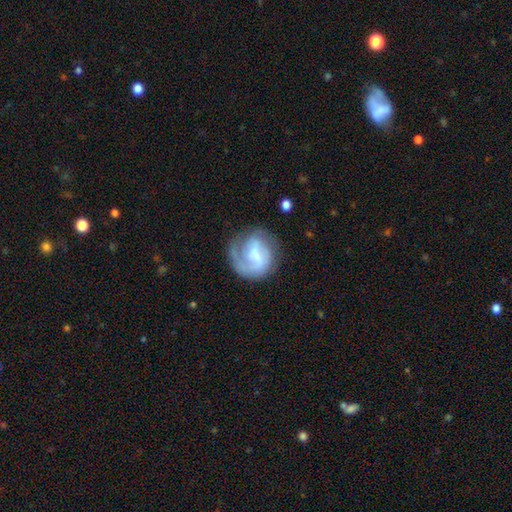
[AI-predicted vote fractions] This is likely a featured or disk galaxy (63%). It is clearly not viewed edge-on (98%). Bar: possibly weak (46%). Spiral arm pattern: clearly yes (83%). Spiral arm count: possibly 1 (51%). Spiral winding: marginally tight (40%). Central bulge: marginally none (39%). Merging: possibly none (56%).